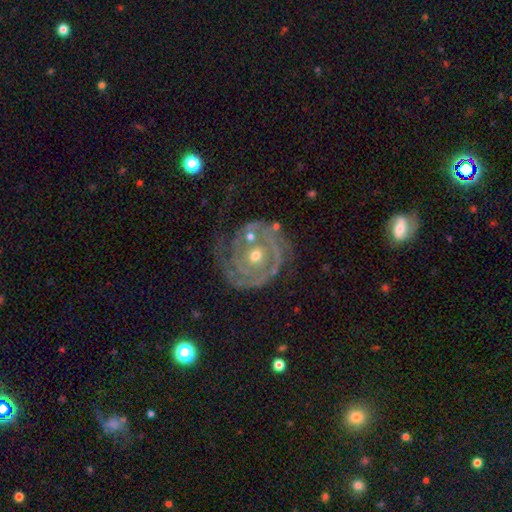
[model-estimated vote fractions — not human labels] Smooth or featured? Predicted: featured or disk (p=0.88). Edge-on disk? Predicted: no (p=0.97). Bar? Predicted: no (p=0.75). Spiral arms? Predicted: yes (p=0.94). Spiral winding? Predicted: tight (p=0.75). Spiral arm count? Predicted: 2 (p=0.39). Bulge size? Predicted: moderate (p=0.60). Merging? Predicted: none (p=0.62).